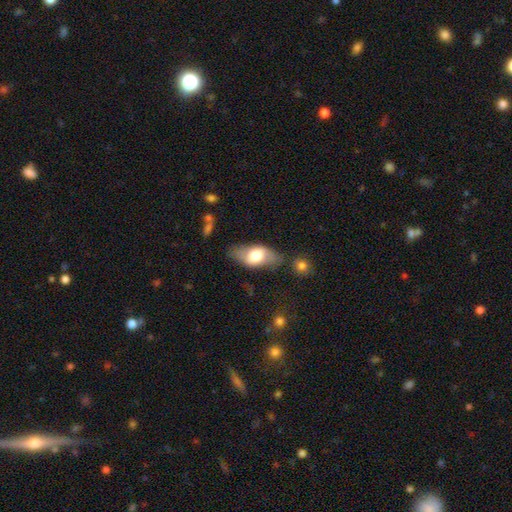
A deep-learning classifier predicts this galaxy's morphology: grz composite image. It shows a smooth galaxy with no disk features (60%) that is in between round and cigar-shaped (88%). Merging: none (66%).